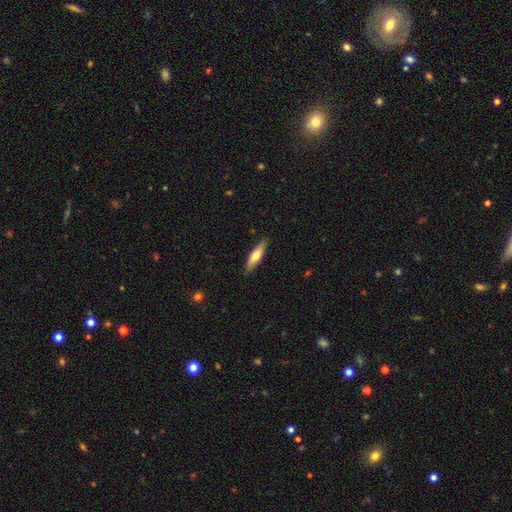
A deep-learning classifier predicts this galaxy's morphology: The model was most divided on "smooth or featured": smooth: 56%, featured or disk: 38%, star or artifact: 5%. More confident: merging — none (89%); how rounded — cigar-shaped (74%).